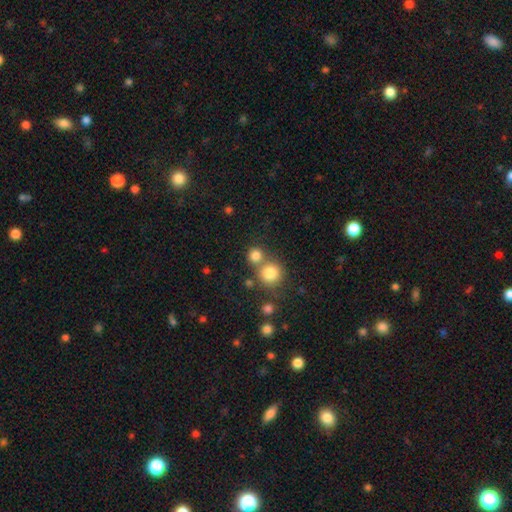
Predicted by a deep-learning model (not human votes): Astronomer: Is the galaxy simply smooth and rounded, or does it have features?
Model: smooth — 81%.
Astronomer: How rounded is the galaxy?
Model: round — 89%.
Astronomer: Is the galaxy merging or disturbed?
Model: none — 58%.